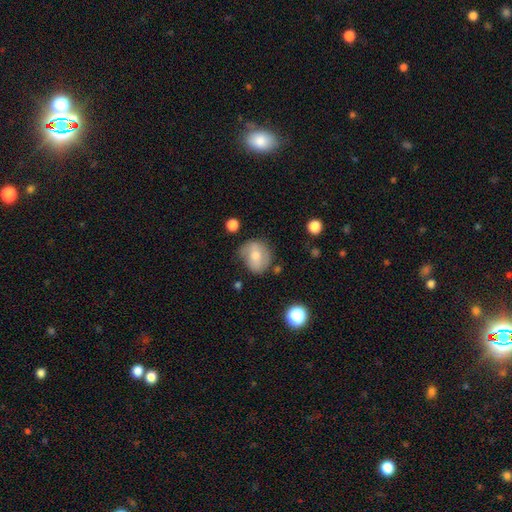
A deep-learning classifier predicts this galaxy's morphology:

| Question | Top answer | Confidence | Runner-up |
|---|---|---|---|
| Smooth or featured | smooth | 62% | featured or disk (30%) |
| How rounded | round | 65% | in between (34%) |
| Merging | none | 60% | minor disturbance (28%) |